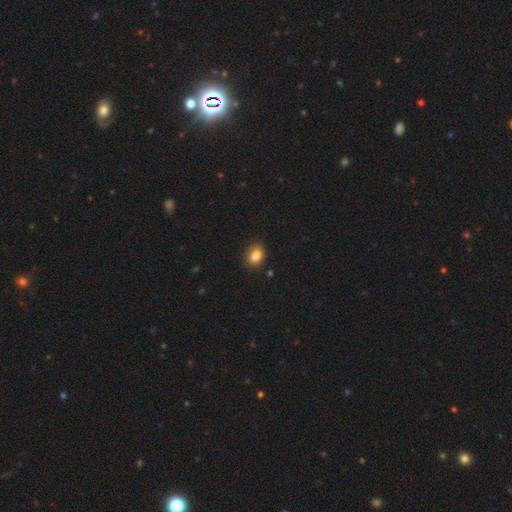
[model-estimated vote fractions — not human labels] Morphology: type=smooth (84%); roundness=in between (71%); merging=none (74%).